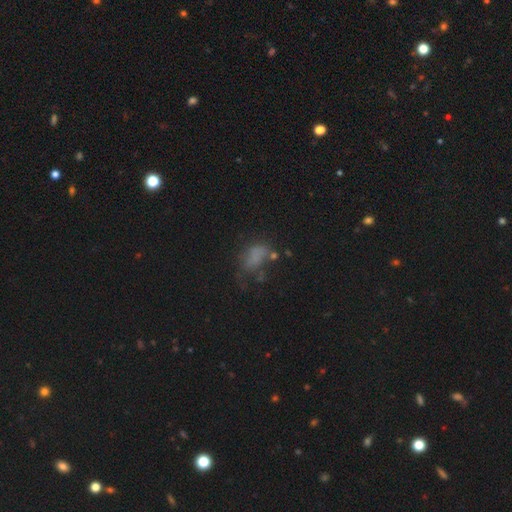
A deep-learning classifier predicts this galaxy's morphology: A smooth galaxy with no disk features (58%) that is in between round and cigar-shaped (83%).

Vote fractions:
- Smooth or featured? smooth: 58% / featured or disk: 23% / star or artifact: 18%
- How rounded? in between: 83% / round: 13% / cigar-shaped: 4%
- Merging? none: 35% / major disturbance: 31% / minor disturbance: 24% / merger: 9%